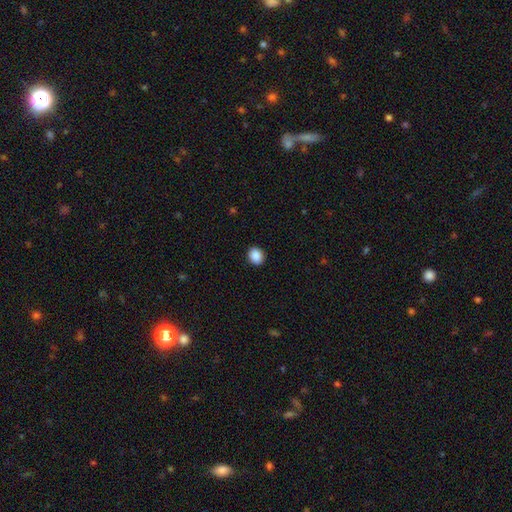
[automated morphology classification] Smooth or featured? Predicted: smooth (p=0.89). How rounded? Predicted: round (p=0.66). Merging? Predicted: none (p=0.91).